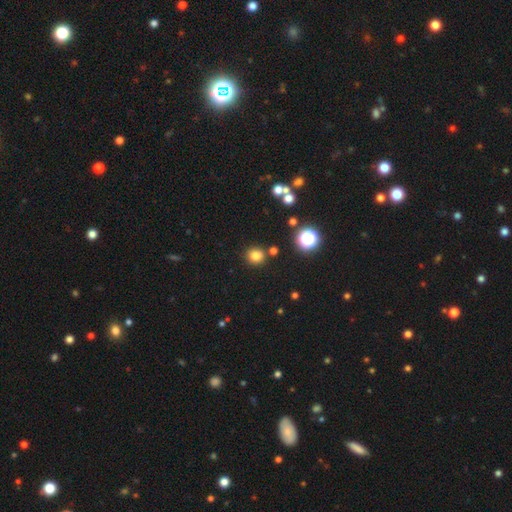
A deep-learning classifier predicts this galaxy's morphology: Smooth or featured?
  - smooth: 78% *
  - star or artifact: 16%
  - featured or disk: 6%
How rounded?
  - round: 89% *
  - in between: 10%
  - cigar-shaped: 1%
Merging?
  - none: 84% *
  - minor disturbance: 7%
  - merger: 6%
  - major disturbance: 3%